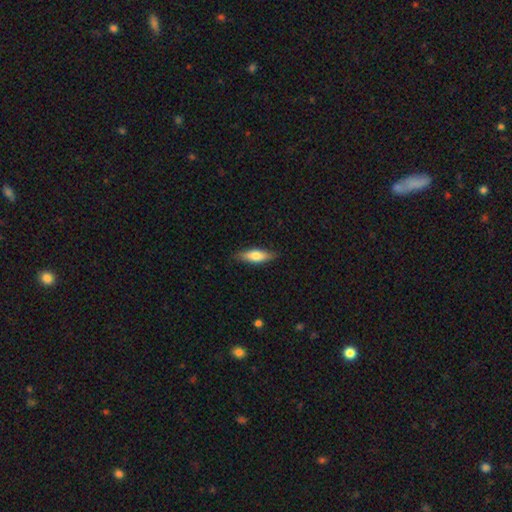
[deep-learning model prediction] Smooth or featured? smooth (68%)
How rounded? in between (53%)
Merging? none (85%)